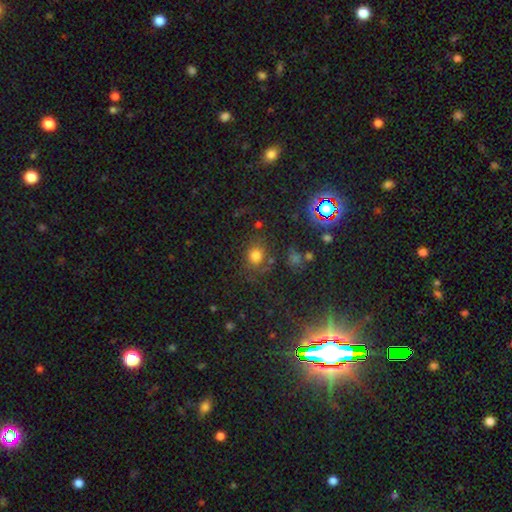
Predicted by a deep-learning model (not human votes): A smooth galaxy with no disk features (71%) that is round (78%).

Vote fractions:
- Smooth or featured? smooth: 71% / star or artifact: 19% / featured or disk: 10%
- How rounded? round: 78% / in between: 21% / cigar-shaped: 1%
- Merging? none: 69% / minor disturbance: 15% / major disturbance: 9% / merger: 7%